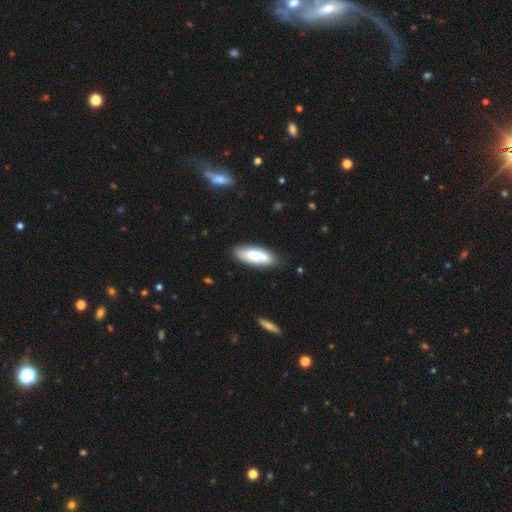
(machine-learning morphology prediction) Overall: smooth (66%; featured or disk 28%). How rounded: in between (71%). Merging: none (77%).